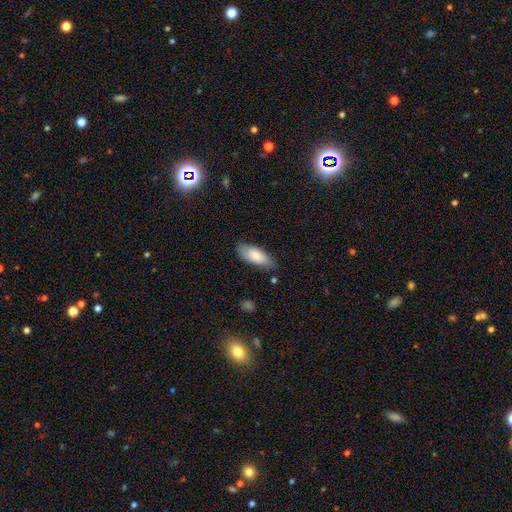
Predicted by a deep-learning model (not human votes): Overall: smooth (80%). How rounded: in between (80%). Merging: none (77%).